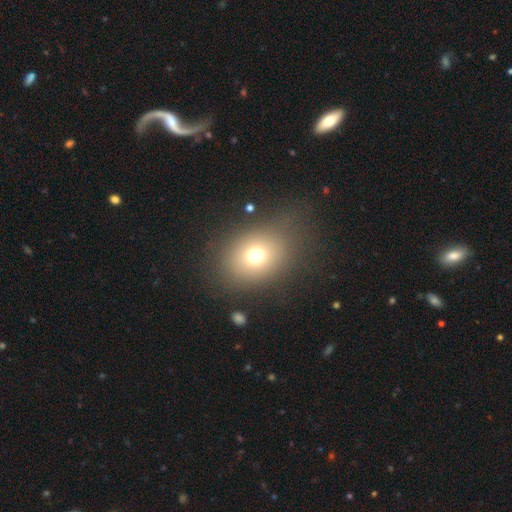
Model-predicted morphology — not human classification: Smooth or featured? smooth (72%)
How rounded? in between (52%)
Merging? none (73%)